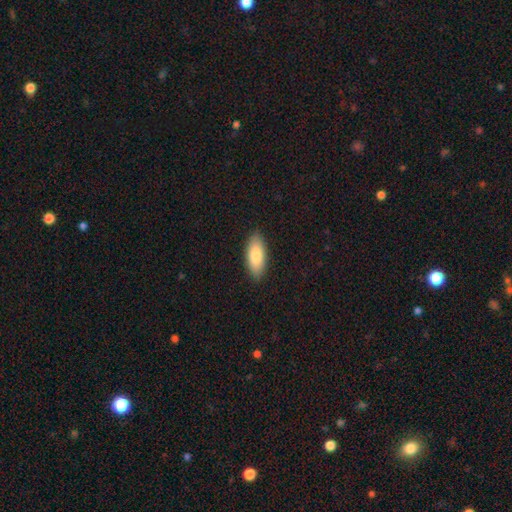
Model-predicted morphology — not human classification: Smooth or featured? Predicted: smooth (p=0.83). How rounded? Predicted: in between (p=0.83). Merging? Predicted: none (p=0.88).